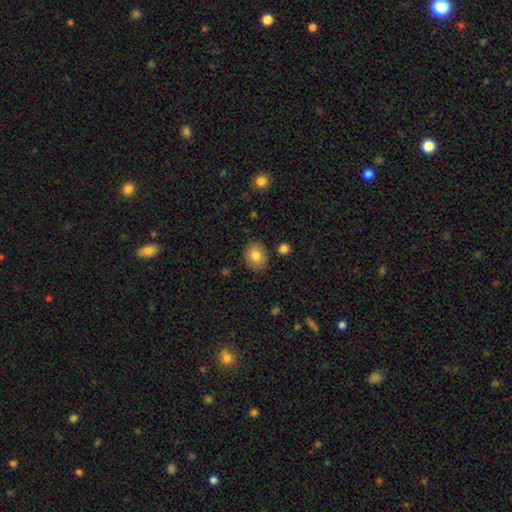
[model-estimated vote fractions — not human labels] Smooth or featured: smooth — 79% (featured or disk — 12%)
How rounded: in between — 55% (round — 44%)
Merging: none — 84% (minor disturbance — 11%)